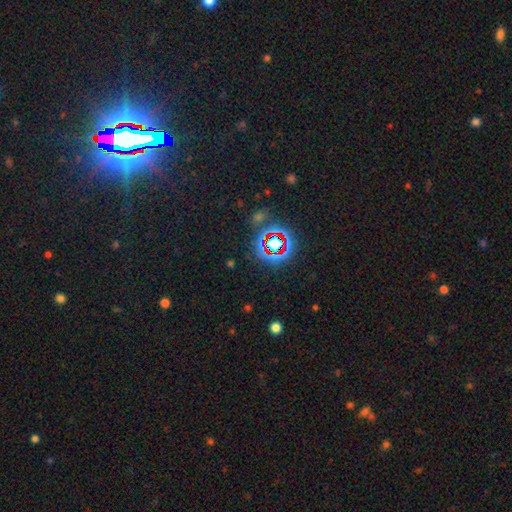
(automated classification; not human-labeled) A star or artifact, not a galaxy (65%).

Vote fractions:
- Smooth or featured? star or artifact: 65% / featured or disk: 22% / smooth: 13%